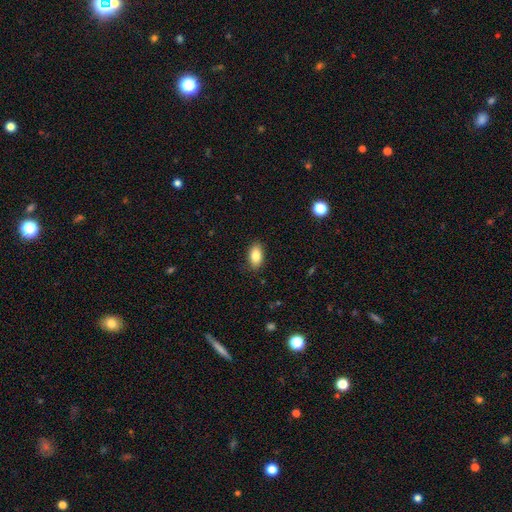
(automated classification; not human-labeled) Smooth or featured? smooth (85%)
How rounded? in between (91%)
Merging? none (86%)